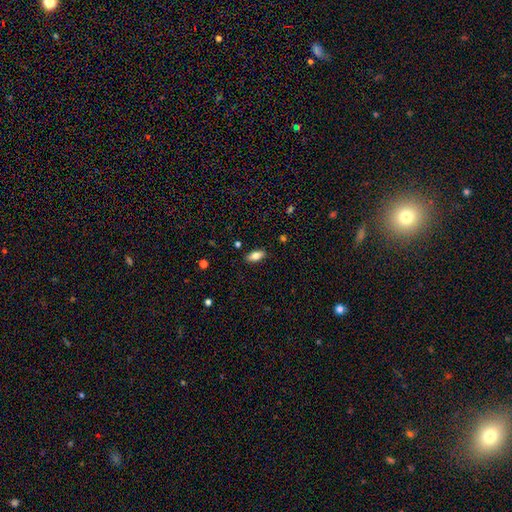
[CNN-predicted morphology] This appears to be a smooth galaxy with no disk features (76%) that is in between round and cigar-shaped (85%). Merging: none (87%).